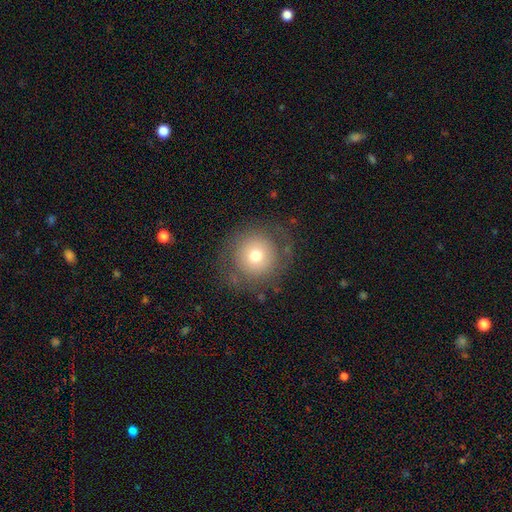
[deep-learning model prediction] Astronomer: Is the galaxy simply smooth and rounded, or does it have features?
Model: smooth — 63%.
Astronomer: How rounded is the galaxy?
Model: round — 94%.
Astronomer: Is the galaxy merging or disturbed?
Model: none — 77%.